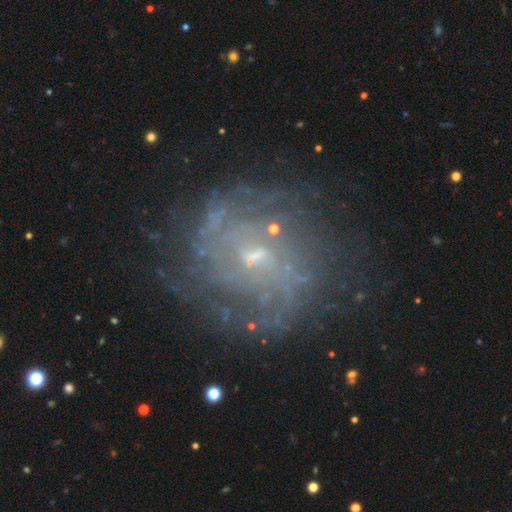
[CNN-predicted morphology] featured or disk 75%, smooth 13%, star or artifact 13%. Down the decision tree: edge-on disk — no (97%); bar — no (55%); spiral arms — yes (79%); spiral arm count — can't tell (49%); spiral winding — tight (51%); bulge size — small (70%); merging — none (72%).